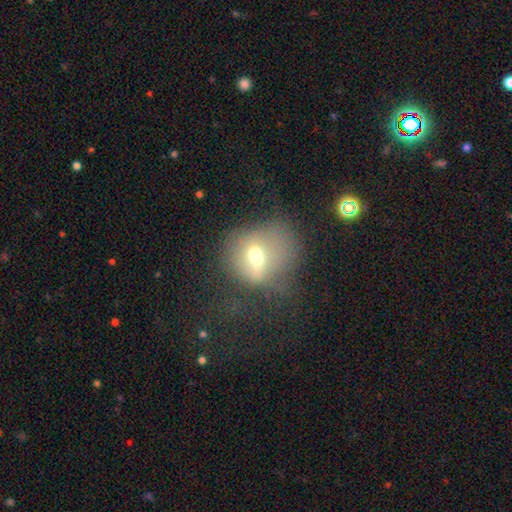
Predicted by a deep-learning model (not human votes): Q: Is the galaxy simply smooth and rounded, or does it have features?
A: smooth — 56%.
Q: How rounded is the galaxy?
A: round — 65%.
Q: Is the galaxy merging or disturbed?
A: major disturbance — 34%.